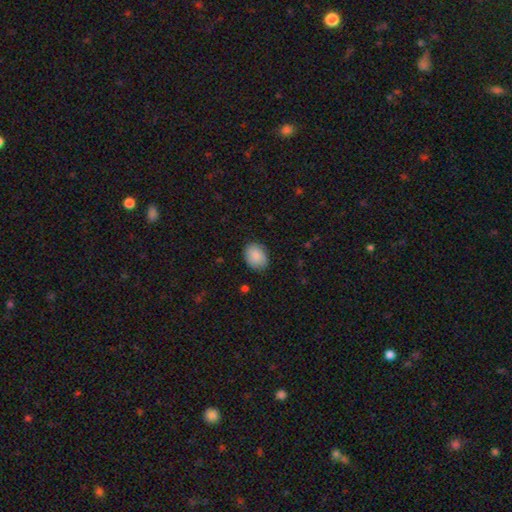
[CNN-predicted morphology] smooth-or-featured: smooth: 88% | star or artifact: 6% | featured or disk: 6%
  how-rounded: in between: 68% | round: 31% | cigar-shaped: 1%
  merging: none: 83% | minor disturbance: 13% | major disturbance: 3% | merger: 1%